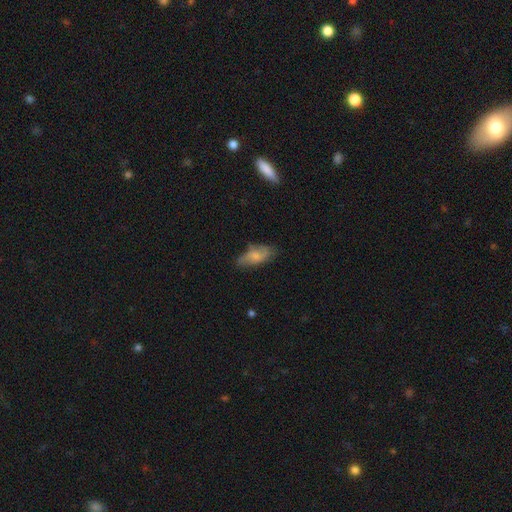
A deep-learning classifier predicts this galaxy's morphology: type=smooth (63%); roundness=in between (86%); merging=none (57%).